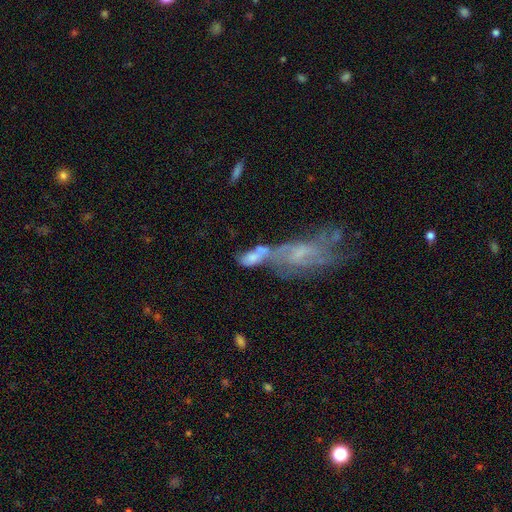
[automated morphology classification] Smooth or featured: smooth — 50% (featured or disk — 39%)
How rounded: in between — 79% (cigar-shaped — 15%)
Merging: merger — 68% (none — 13%)